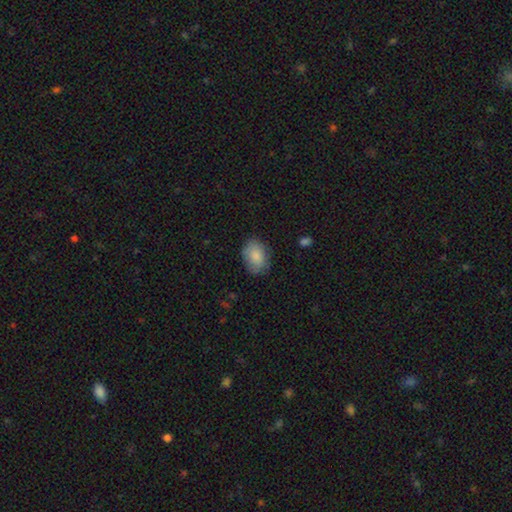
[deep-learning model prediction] Q: Smooth or featured?
A: smooth (85%); runner-up: featured or disk (8%)
Q: How rounded?
A: in between (78%); runner-up: round (21%)
Q: Merging?
A: none (79%); runner-up: minor disturbance (16%)